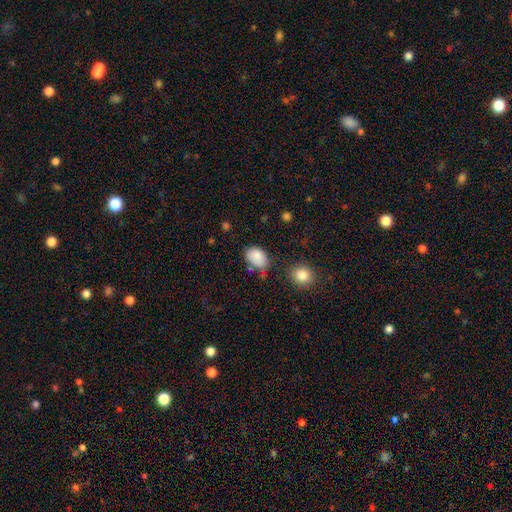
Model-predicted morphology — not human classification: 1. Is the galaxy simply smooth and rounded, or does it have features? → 85% smooth, 8% star or artifact, 6% featured or disk.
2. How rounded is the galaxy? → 79% in between, 20% round, 1% cigar-shaped.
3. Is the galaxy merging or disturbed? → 58% none, 28% minor disturbance, 7% major disturbance, 7% merger.